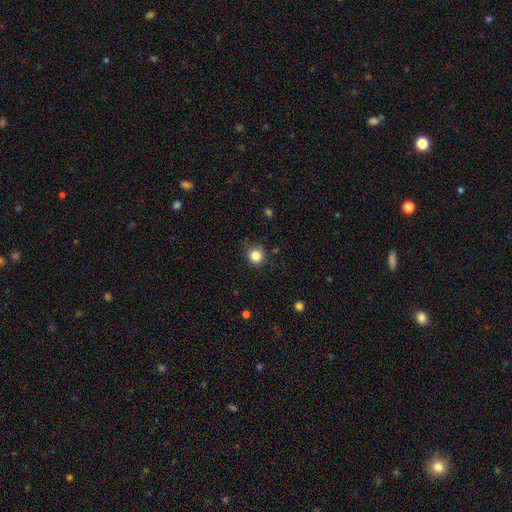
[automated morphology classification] A smooth galaxy with no disk features (83%) that is round (92%).

Vote fractions:
- Smooth or featured? smooth: 83% / star or artifact: 12% / featured or disk: 5%
- How rounded? round: 92% / in between: 7% / cigar-shaped: 1%
- Merging? none: 86% / minor disturbance: 10% / major disturbance: 3% / merger: 1%